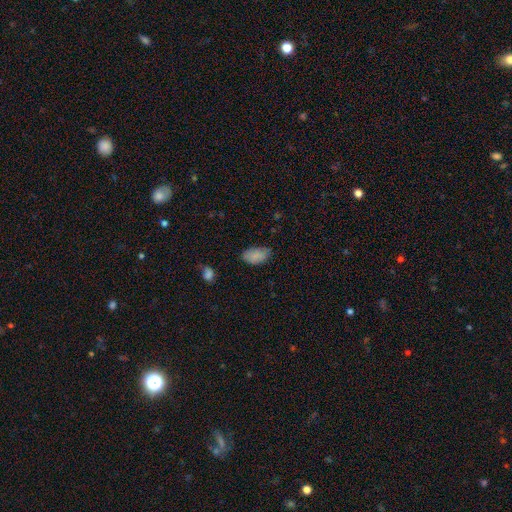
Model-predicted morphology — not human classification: This is clearly a smooth galaxy (85%). How rounded: clearly in between (93%). Merging: likely none (69%).